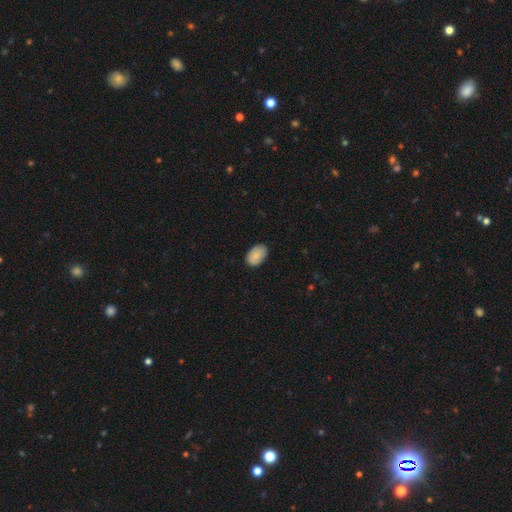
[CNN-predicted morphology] A smooth galaxy with no disk features (86%) that is in between round and cigar-shaped (90%).

Vote fractions:
- Smooth or featured? smooth: 86% / featured or disk: 7% / star or artifact: 7%
- How rounded? in between: 90% / round: 9% / cigar-shaped: 1%
- Merging? none: 83% / minor disturbance: 14% / major disturbance: 2% / merger: 1%